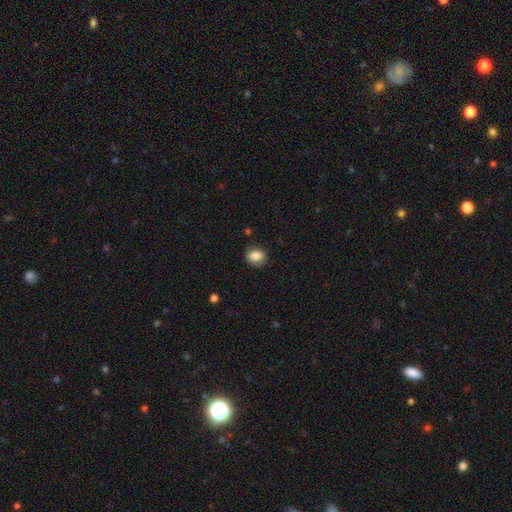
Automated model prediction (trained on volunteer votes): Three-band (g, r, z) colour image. It shows a smooth galaxy with no disk features (84%) that is round (59%). Merging: none (82%).